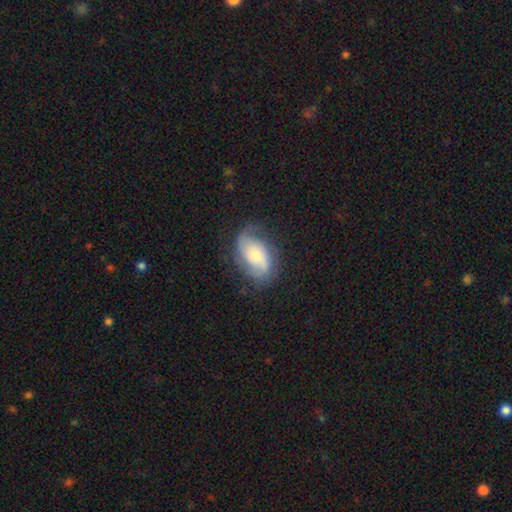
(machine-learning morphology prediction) Overall: featured or disk (62%; smooth 31%). Edge-on disk: no (96%). Bar: no (61%; weak 29%). Spiral arms: yes (89%). Spiral arm count: 2 (77%). Spiral winding: medium (42%; loose 34%). Bulge size: small (37%; moderate 36%). Merging: none (64%).